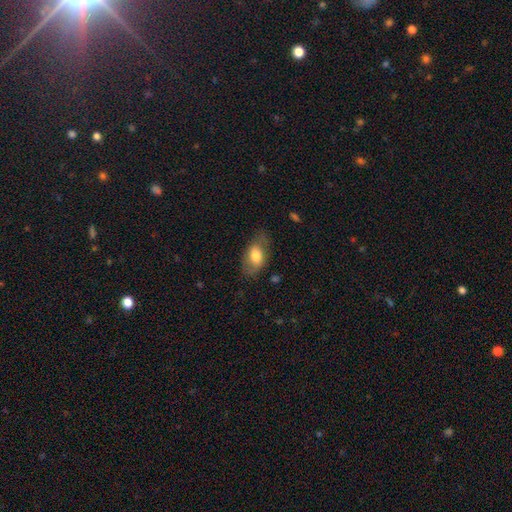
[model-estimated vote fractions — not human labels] Overall: smooth (68%). How rounded: in between (90%). Merging: none (68%).